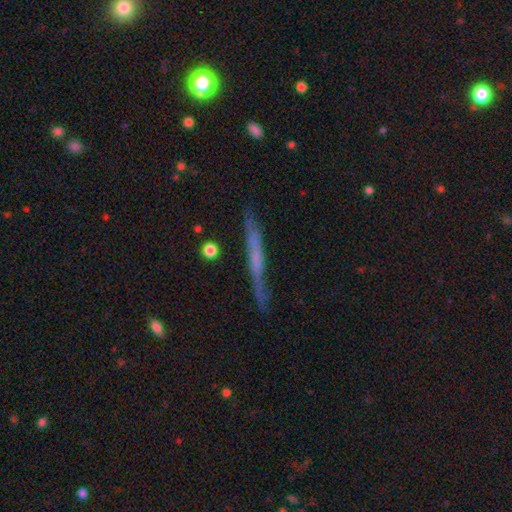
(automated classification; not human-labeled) A featured or disk galaxy (56%) viewed edge-on (91%) with no central bulge (72%). Merging: none (76%).